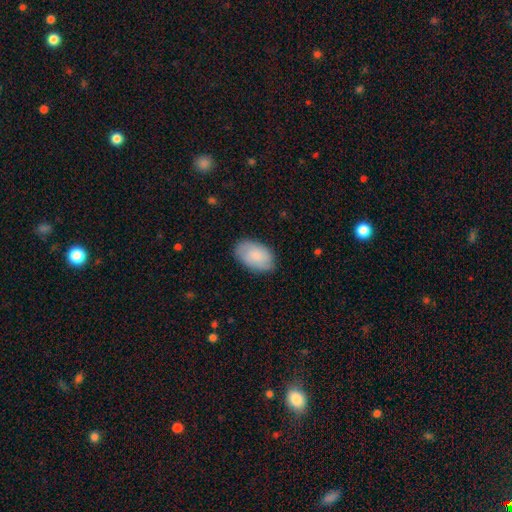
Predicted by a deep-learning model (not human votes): smooth_or_featured: smooth (p=0.79) [alt: featured or disk p=0.15]
how_rounded: in between (p=0.93) [alt: round p=0.05]
merging: none (p=0.82) [alt: minor disturbance p=0.14]